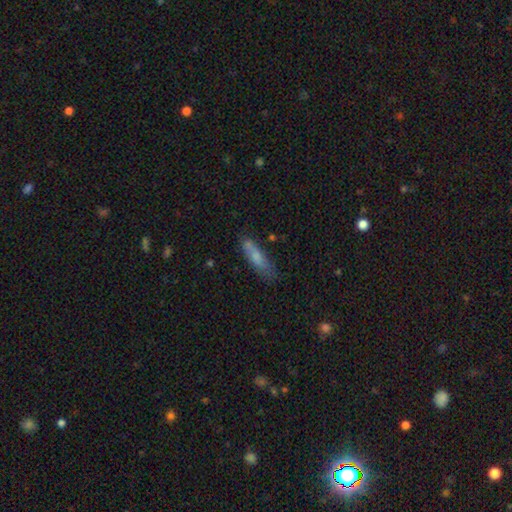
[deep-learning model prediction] smooth-or-featured: smooth: 74% | featured or disk: 19% | star or artifact: 7%
  how-rounded: cigar-shaped: 66% | in between: 32% | round: 2%
  merging: none: 65% | minor disturbance: 24% | major disturbance: 6% | merger: 5%